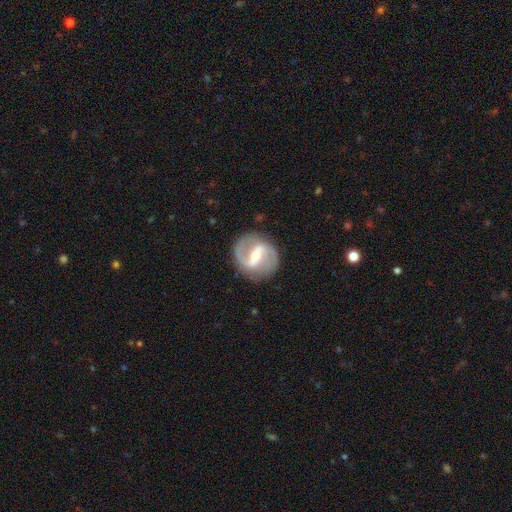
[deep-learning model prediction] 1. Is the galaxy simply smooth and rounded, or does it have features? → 86% featured or disk, 9% smooth, 5% star or artifact.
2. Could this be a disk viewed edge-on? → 97% no, 3% yes.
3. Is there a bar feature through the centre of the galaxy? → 51% strong, 38% weak, 11% no.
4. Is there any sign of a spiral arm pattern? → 93% yes, 7% no.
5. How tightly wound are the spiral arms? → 52% medium, 29% loose, 19% tight.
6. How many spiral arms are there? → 91% 2, 3% can't tell, 2% 1, 1% 3, 1% 4, 1% more than 4.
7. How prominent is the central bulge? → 50% moderate, 45% small, 3% large, 2% none, 1% dominant.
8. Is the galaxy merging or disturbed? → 83% none, 11% minor disturbance, 4% major disturbance, 1% merger.